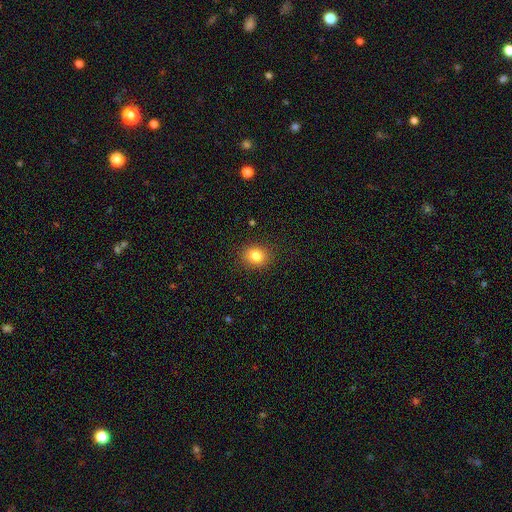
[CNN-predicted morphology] Overall: smooth (83%). How rounded: round (63%; in between 36%). Merging: none (88%).